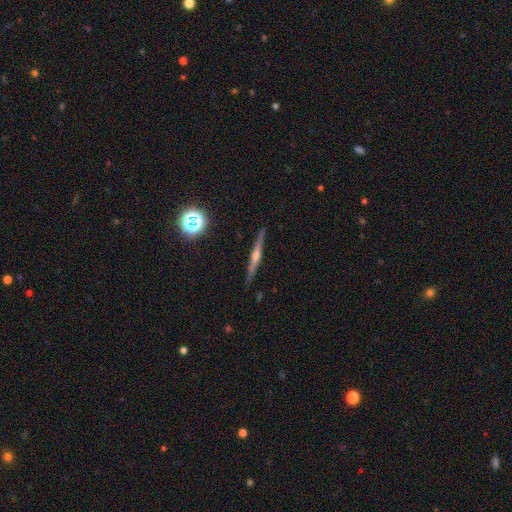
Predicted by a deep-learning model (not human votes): smooth-or-featured: featured or disk: 76% | smooth: 15% | star or artifact: 9%
  disk-edge-on: yes: 98% | no: 2%
    edge-on-bulge: rounded: 84% | none: 9% | boxy: 7%
  merging: none: 91% | minor disturbance: 7% | major disturbance: 1% | merger: 1%